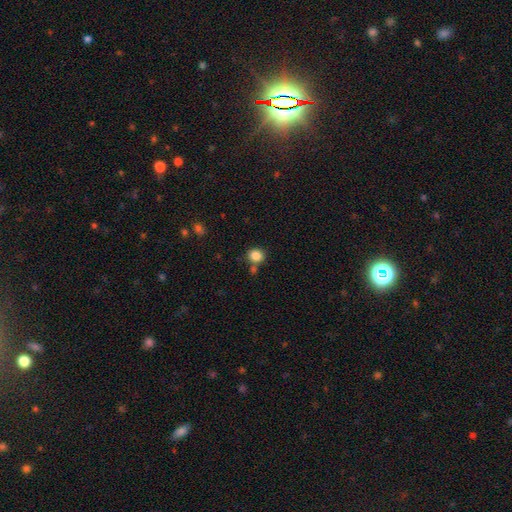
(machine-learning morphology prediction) This appears to be a smooth galaxy with no disk features (85%) that is round (76%). Merging: none (73%).